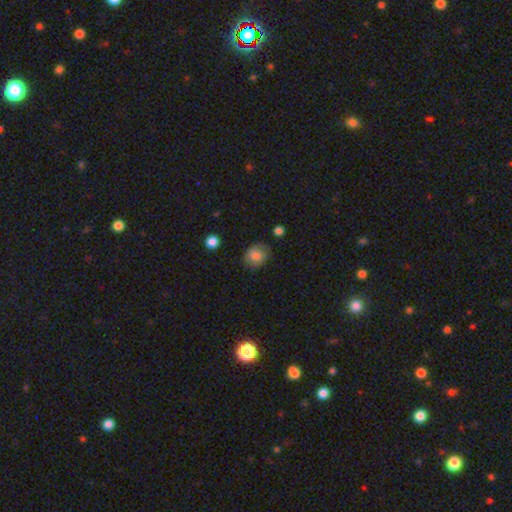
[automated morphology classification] Overall: smooth (81%). How rounded: round (57%; in between 42%). Merging: none (77%).